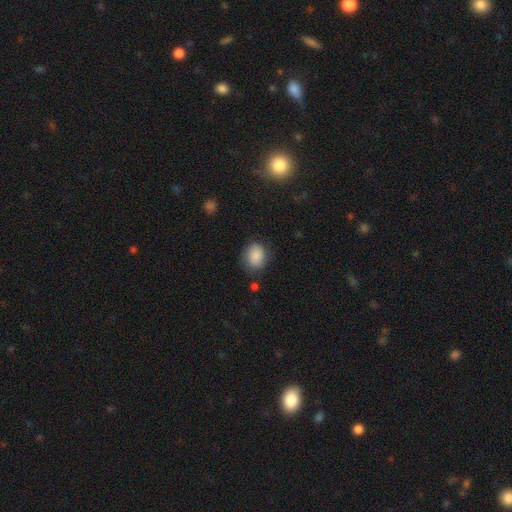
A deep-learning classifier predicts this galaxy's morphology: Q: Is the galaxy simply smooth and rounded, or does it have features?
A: smooth — 86%.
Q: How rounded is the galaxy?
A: in between — 56%.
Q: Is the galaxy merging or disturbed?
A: none — 73%.